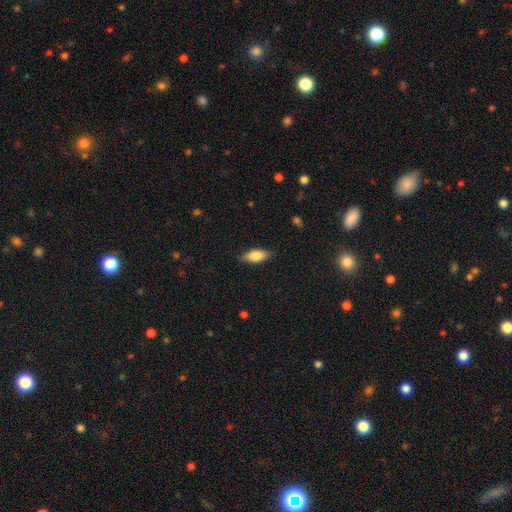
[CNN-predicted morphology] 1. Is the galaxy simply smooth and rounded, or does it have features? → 77% smooth, 16% featured or disk, 7% star or artifact.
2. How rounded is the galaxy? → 81% in between, 16% cigar-shaped, 3% round.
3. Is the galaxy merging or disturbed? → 85% none, 12% minor disturbance, 3% major disturbance, 1% merger.